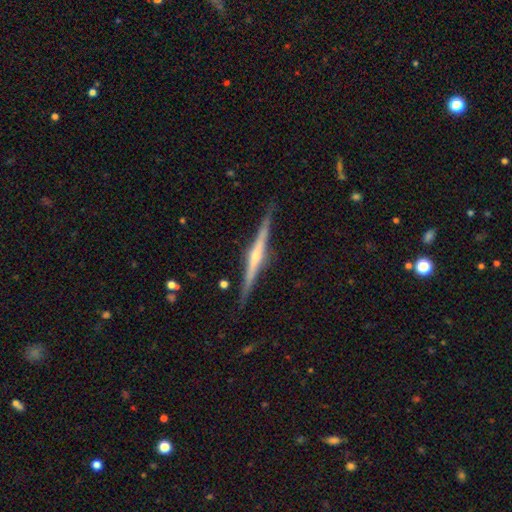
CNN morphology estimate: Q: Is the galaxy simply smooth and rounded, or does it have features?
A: featured or disk — 79%.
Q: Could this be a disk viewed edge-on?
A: yes — 98%.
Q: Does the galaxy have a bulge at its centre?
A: rounded — 73%.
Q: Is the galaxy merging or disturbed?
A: none — 88%.